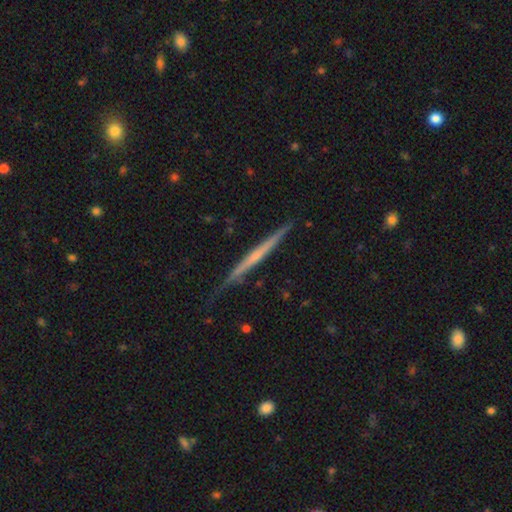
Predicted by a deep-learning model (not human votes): This appears to be a featured or disk galaxy (65%) viewed edge-on (98%) with no central bulge (69%). Merging: none (83%).